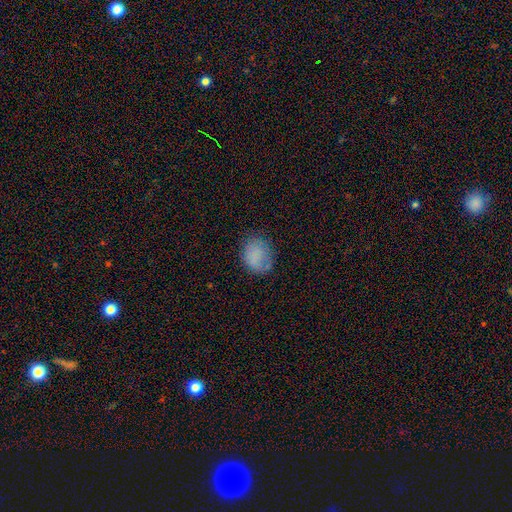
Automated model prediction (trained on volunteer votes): Morphology: type=smooth (81%); roundness=in between (50%); merging=none (68%).